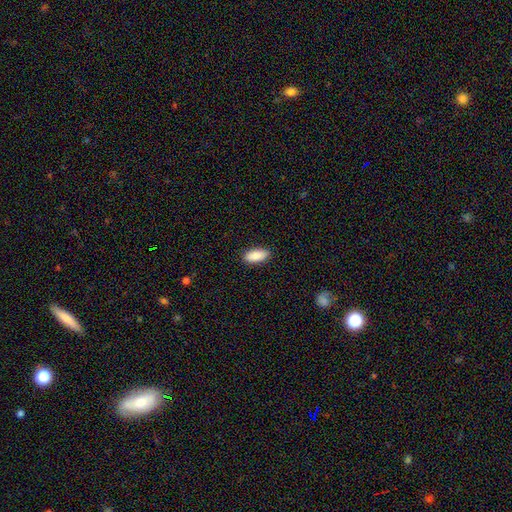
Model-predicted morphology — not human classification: This appears to be a smooth galaxy with no disk features (87%) that is in between round and cigar-shaped (85%). Merging: none (88%).